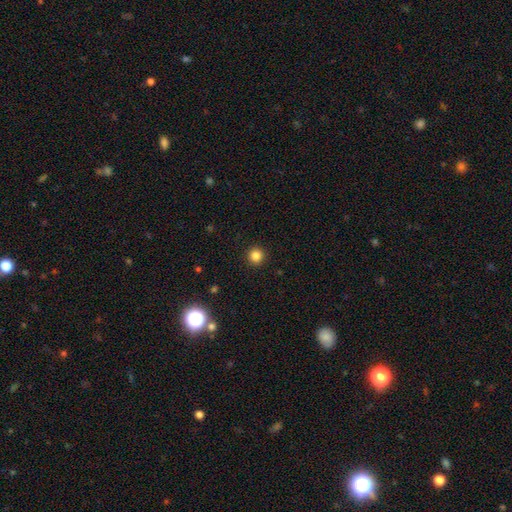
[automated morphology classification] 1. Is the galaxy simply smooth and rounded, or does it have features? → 83% smooth, 12% star or artifact, 4% featured or disk.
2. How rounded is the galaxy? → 95% round, 4% in between, 1% cigar-shaped.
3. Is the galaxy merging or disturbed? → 93% none, 4% minor disturbance, 2% major disturbance, 1% merger.